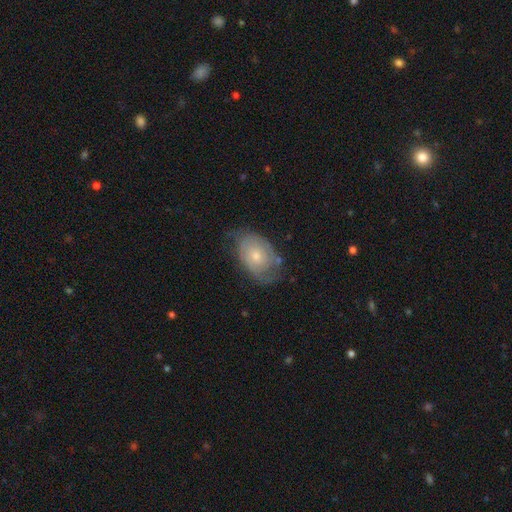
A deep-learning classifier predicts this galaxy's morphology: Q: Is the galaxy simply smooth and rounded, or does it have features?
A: featured or disk — 64%.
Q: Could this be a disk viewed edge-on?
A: no — 96%.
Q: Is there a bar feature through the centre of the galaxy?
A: no — 79%.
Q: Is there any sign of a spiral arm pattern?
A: yes — 80%.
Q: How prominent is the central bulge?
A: small — 54%.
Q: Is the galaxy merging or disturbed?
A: none — 59%.